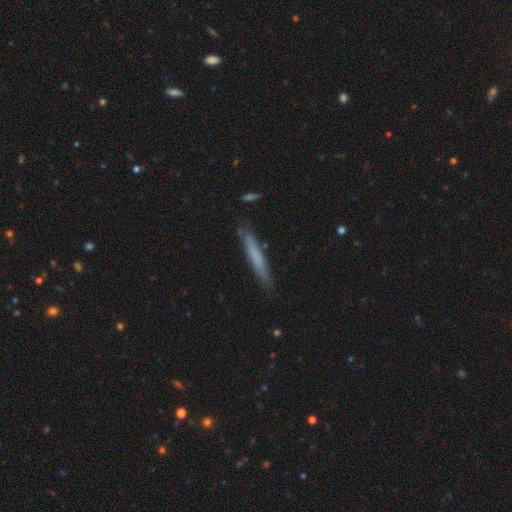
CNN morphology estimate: This appears to be a smooth galaxy with no disk features (64%) that is cigar-shaped (95%). Merging: none (84%).